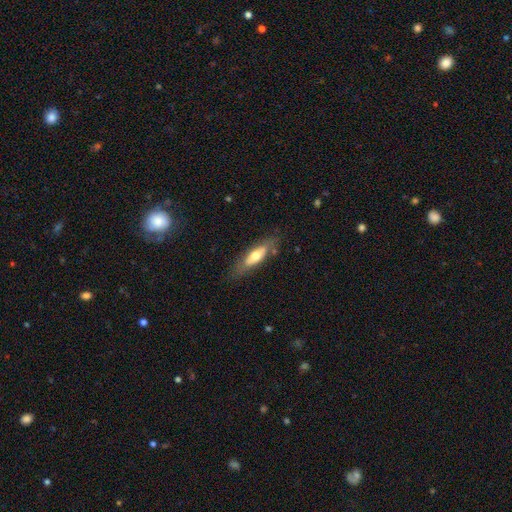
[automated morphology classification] smooth_or_featured: smooth (p=0.55) [alt: featured or disk p=0.39]
how_rounded: in between (p=0.54) [alt: cigar-shaped p=0.44]
merging: none (p=0.75) [alt: minor disturbance p=0.17]